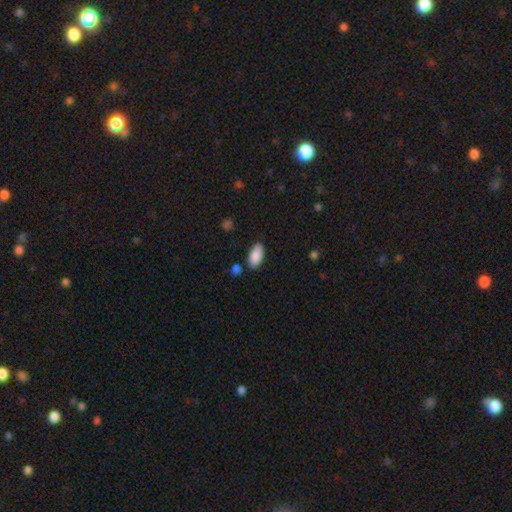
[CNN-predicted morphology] This is clearly a smooth galaxy (88%). How rounded: clearly in between (92%). Merging: clearly none (83%).